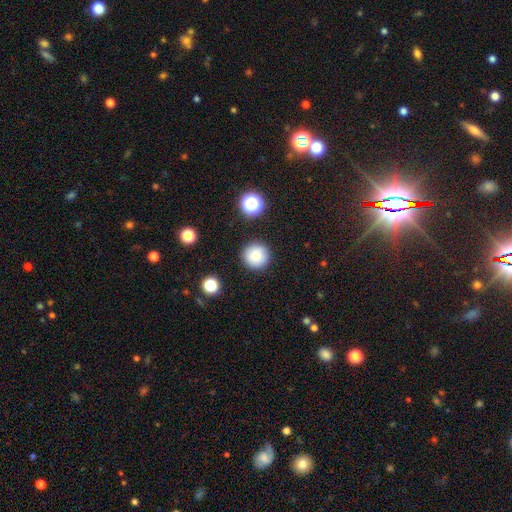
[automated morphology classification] smooth 83%, star or artifact 10%, featured or disk 7%. Down the decision tree: how rounded — round (96%); merging — none (90%).